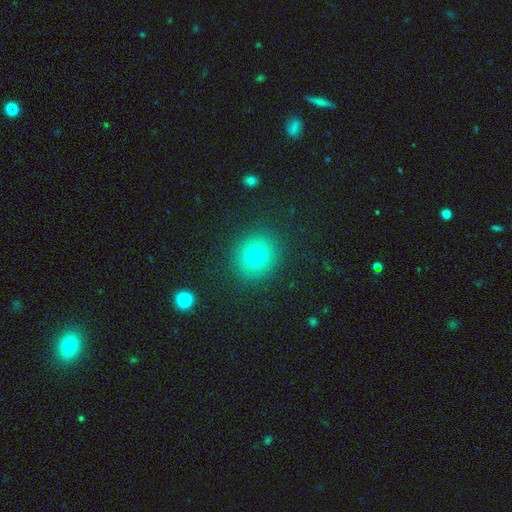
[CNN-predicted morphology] Q: Smooth or featured?
A: smooth (75%); runner-up: star or artifact (15%)
Q: How rounded?
A: round (85%); runner-up: in between (14%)
Q: Merging?
A: none (89%); runner-up: minor disturbance (7%)